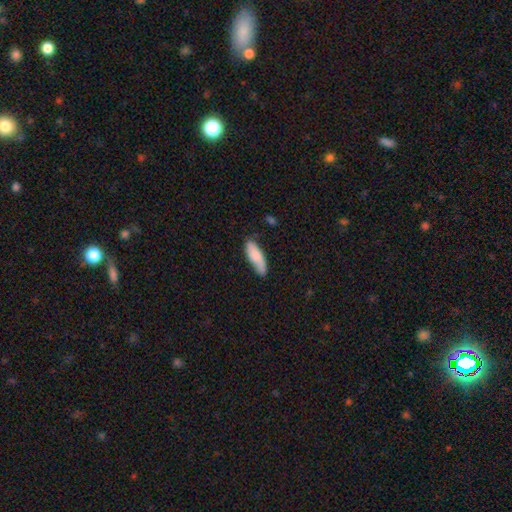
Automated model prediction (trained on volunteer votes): Smooth or featured? smooth (79%)
How rounded? in between (56%)
Merging? none (69%)